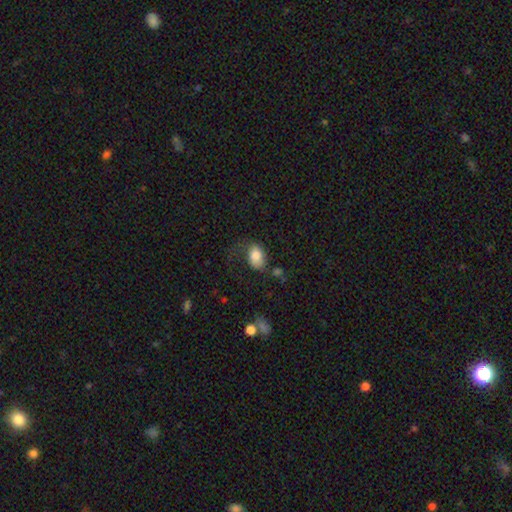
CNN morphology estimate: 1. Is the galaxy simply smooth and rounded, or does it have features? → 80% smooth, 13% featured or disk, 8% star or artifact.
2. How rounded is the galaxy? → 81% in between, 18% round, 1% cigar-shaped.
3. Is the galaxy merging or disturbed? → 45% none, 26% minor disturbance, 25% major disturbance, 5% merger.